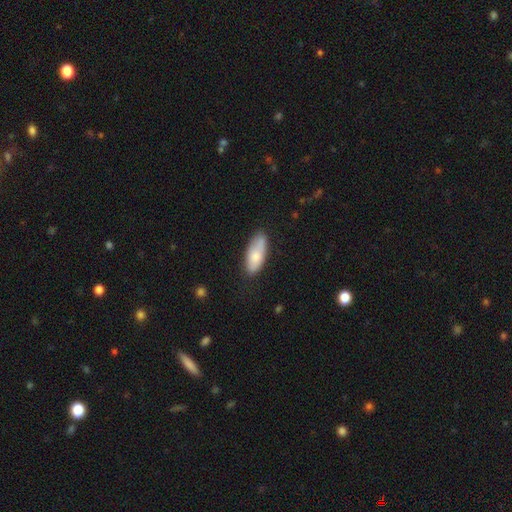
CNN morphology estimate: smooth-or-featured: smooth: 77% | featured or disk: 17% | star or artifact: 6%
  how-rounded: in between: 77% | cigar-shaped: 21% | round: 2%
  merging: none: 71% | minor disturbance: 22% | major disturbance: 4% | merger: 3%